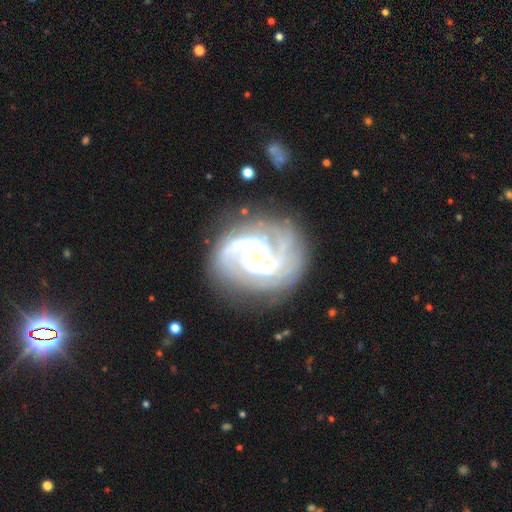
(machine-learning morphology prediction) Overall: featured or disk (90%). Edge-on disk: no (98%). Bar: no (60%; weak 30%). Spiral arms: yes (97%). Spiral arm count: 2 (49%; 3 22%). Spiral winding: tight (54%; medium 38%). Bulge size: small (68%). Merging: none (72%).